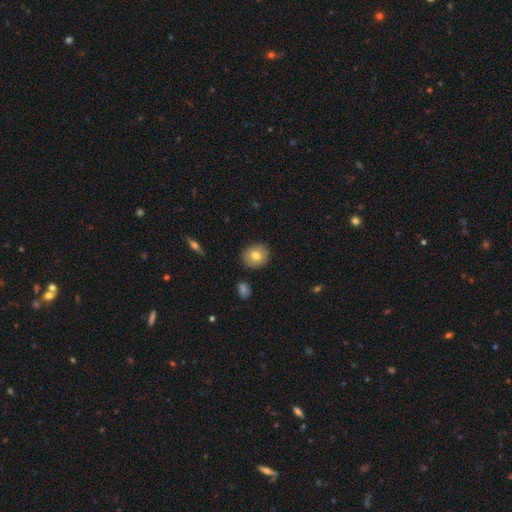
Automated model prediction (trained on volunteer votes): Morphology: type=smooth (74%); roundness=round (80%); merging=none (88%).